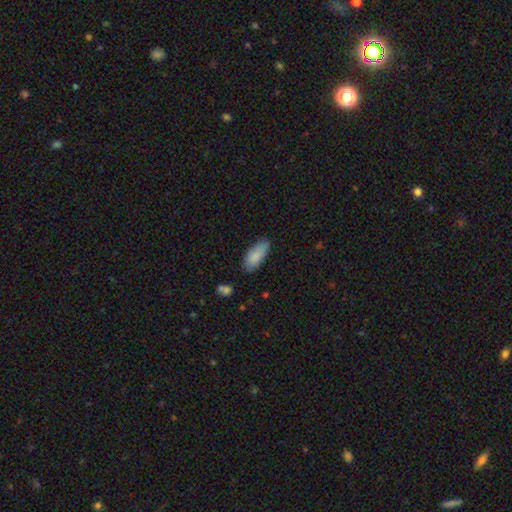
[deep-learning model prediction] Overall: smooth (87%). How rounded: in between (84%). Merging: none (75%).